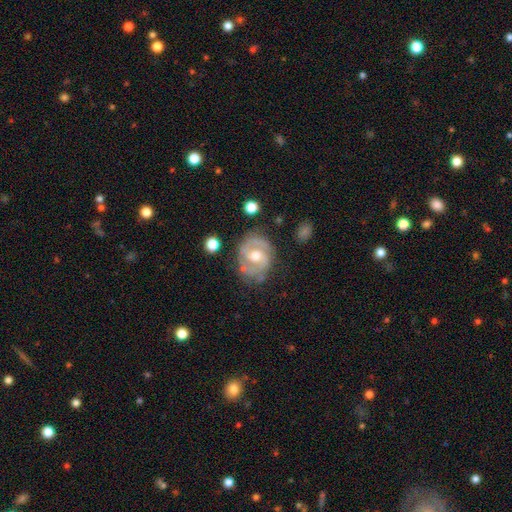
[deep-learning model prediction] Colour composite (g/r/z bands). It shows a featured or disk galaxy (83%) with a weak bar (44%), 2 (75%) tight (45%) spiral arms (92%) and a moderate central bulge (73%). Merging: none (72%).